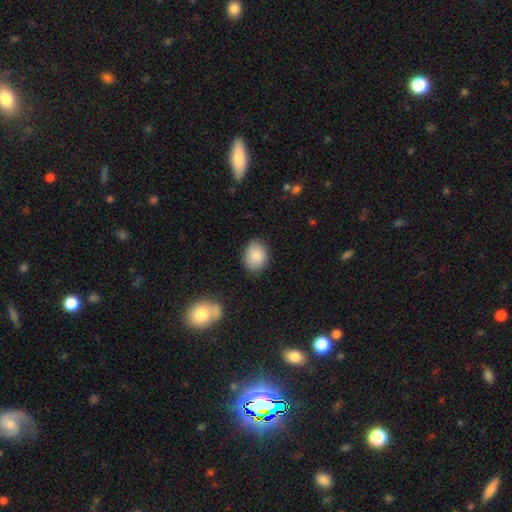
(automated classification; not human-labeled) Smooth or featured? Predicted: smooth (p=0.87). How rounded? Predicted: in between (p=0.61). Merging? Predicted: none (p=0.84).